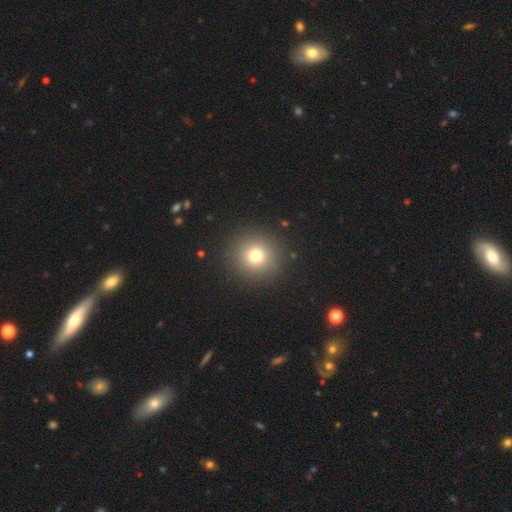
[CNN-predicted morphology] Smooth or featured? Predicted: smooth (p=0.76). How rounded? Predicted: round (p=0.95). Merging? Predicted: none (p=0.91).